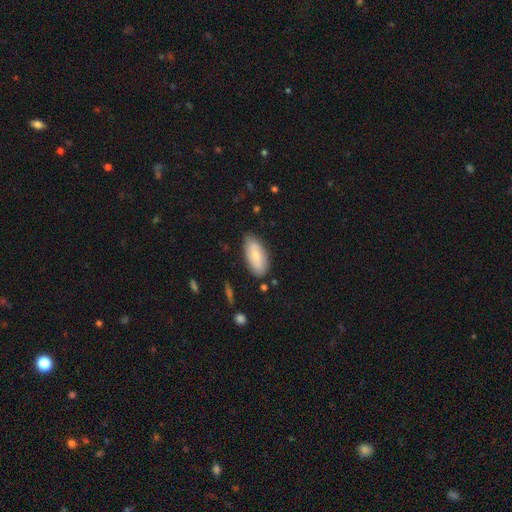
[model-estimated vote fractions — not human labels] smooth 64%, featured or disk 30%, star or artifact 6%. Down the decision tree: how rounded — in between (90%); merging — none (79%).